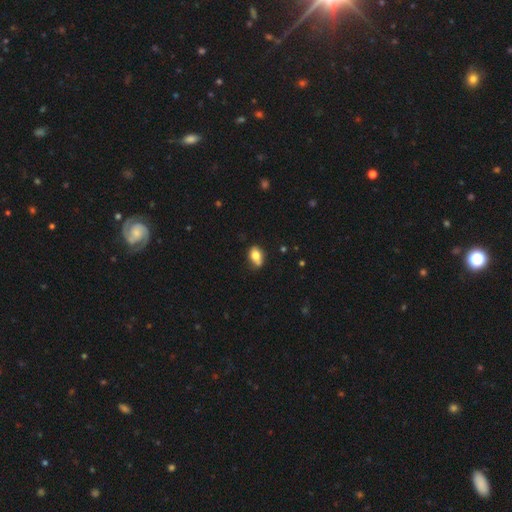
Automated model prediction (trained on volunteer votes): Q: Smooth or featured?
A: smooth (78%); runner-up: featured or disk (13%)
Q: How rounded?
A: in between (82%); runner-up: round (15%)
Q: Merging?
A: none (57%); runner-up: minor disturbance (30%)